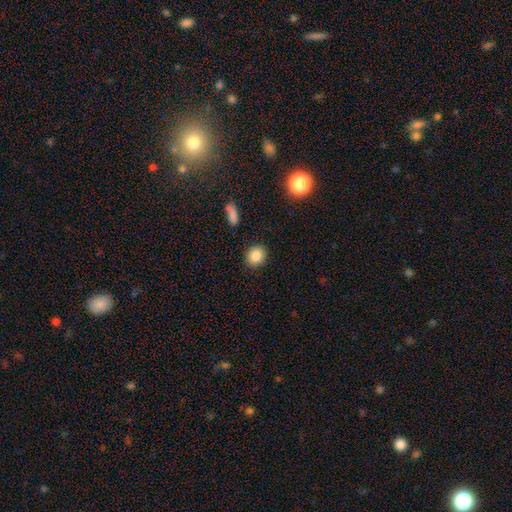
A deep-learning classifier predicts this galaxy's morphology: A smooth galaxy with no disk features (85%) that is round (75%). Merging: none (89%).